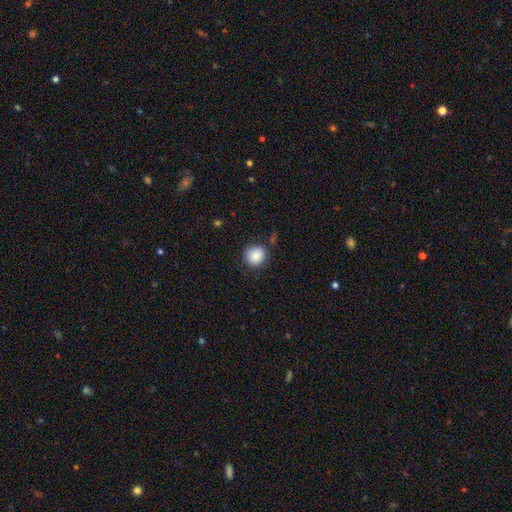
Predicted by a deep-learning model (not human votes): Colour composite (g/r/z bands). It shows a smooth galaxy with no disk features (86%) that is round (91%). Merging: none (83%).